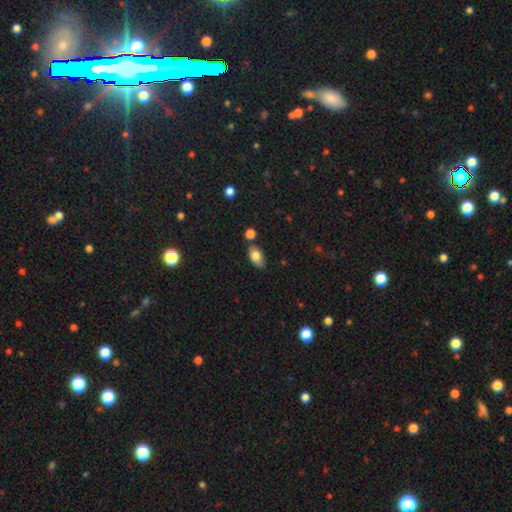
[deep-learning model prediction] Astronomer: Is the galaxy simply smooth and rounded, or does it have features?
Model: smooth — 79%.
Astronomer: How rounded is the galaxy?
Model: in between — 92%.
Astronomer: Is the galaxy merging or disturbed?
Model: none — 74%.